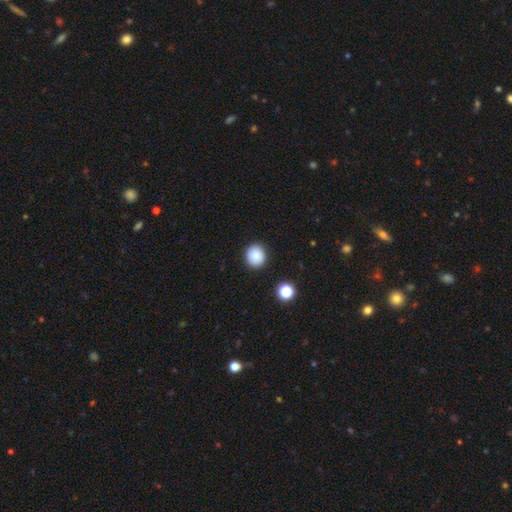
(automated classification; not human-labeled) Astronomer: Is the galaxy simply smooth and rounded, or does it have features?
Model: smooth — 87%.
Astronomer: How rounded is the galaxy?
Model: round — 85%.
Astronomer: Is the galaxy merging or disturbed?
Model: none — 90%.